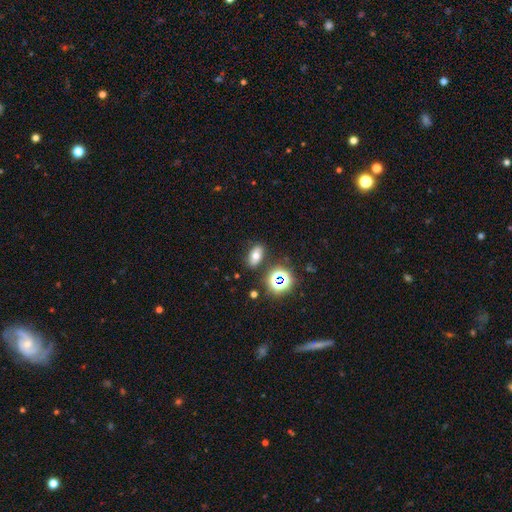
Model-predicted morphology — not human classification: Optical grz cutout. It shows a smooth galaxy with no disk features (60%) that is in between round and cigar-shaped (84%). Merging: none (82%).